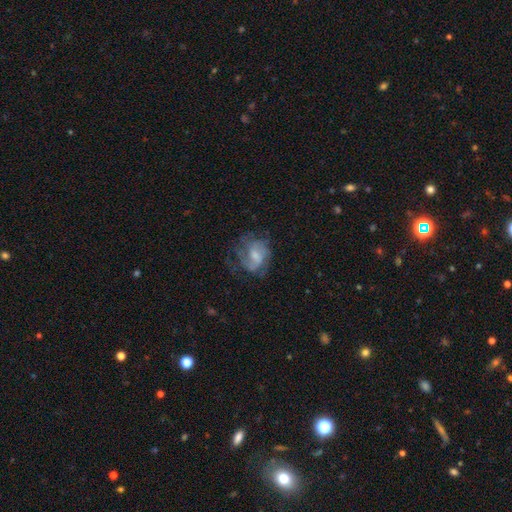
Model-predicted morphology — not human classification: Smooth or featured?
  - featured or disk: 61% *
  - smooth: 31%
  - star or artifact: 8%
Edge-on disk?
  - no: 97% *
  - yes: 3%
Bar?
  - weak: 47% *
  - no: 42%
  - strong: 11%
Spiral arms?
  - yes: 76% *
  - no: 24%
Bulge size?
  - moderate: 39% *
  - small: 36%
  - none: 17%
  - large: 7%
  - dominant: 1%
Merging?
  - none: 47% *
  - major disturbance: 28%
  - minor disturbance: 24%
  - merger: 2%